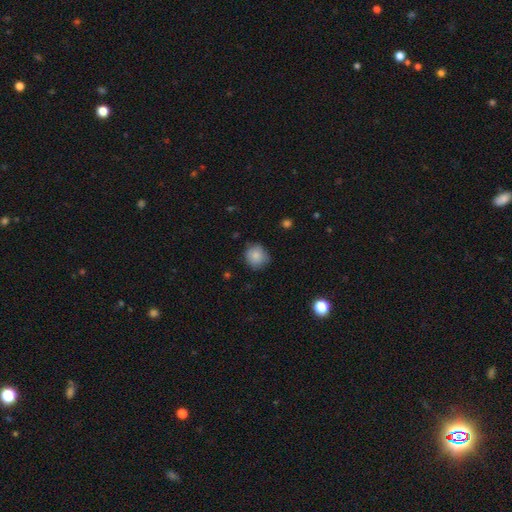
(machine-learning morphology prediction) The model was most divided on "merging": none: 78%, minor disturbance: 18%, major disturbance: 3%, merger: 1%. More confident: how rounded — round (87%); smooth or featured — smooth (84%).